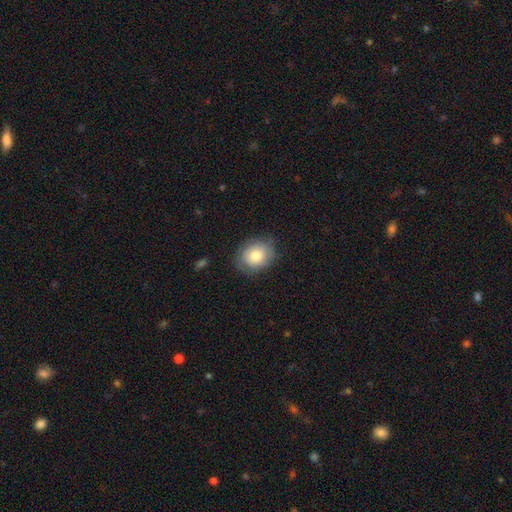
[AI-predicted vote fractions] smooth-or-featured: smooth: 76% | featured or disk: 16% | star or artifact: 8%
  how-rounded: round: 66% | in between: 33% | cigar-shaped: 1%
  merging: none: 78% | minor disturbance: 17% | major disturbance: 4% | merger: 1%